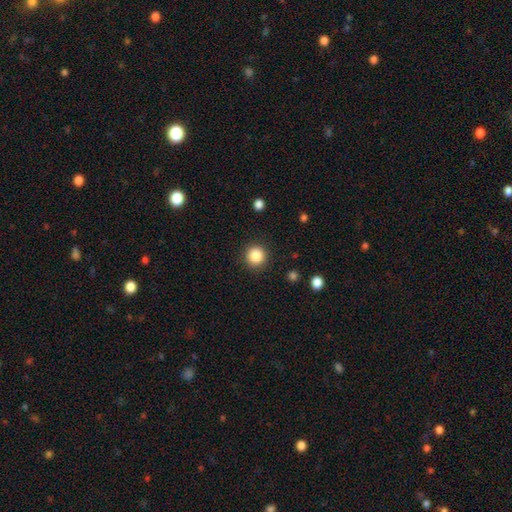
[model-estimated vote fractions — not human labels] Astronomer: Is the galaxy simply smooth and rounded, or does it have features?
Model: smooth — 86%.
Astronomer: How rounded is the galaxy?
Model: round — 94%.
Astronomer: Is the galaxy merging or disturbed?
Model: none — 91%.